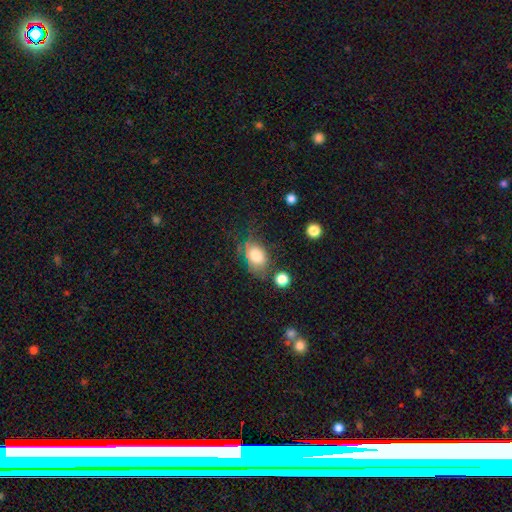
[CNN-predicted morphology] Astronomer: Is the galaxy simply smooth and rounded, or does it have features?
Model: smooth — 77%.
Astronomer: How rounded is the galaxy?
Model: in between — 81%.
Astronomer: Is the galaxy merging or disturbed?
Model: none — 52% (runner-up: minor disturbance, 28%).